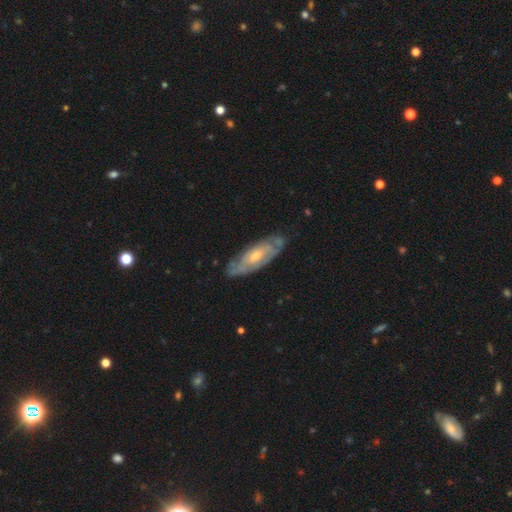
This appears to be a featured or disk galaxy (85%) with no bar (85%), tight (70%) spiral arms (77%) and a moderate central bulge (73%). Merging: none (89%).